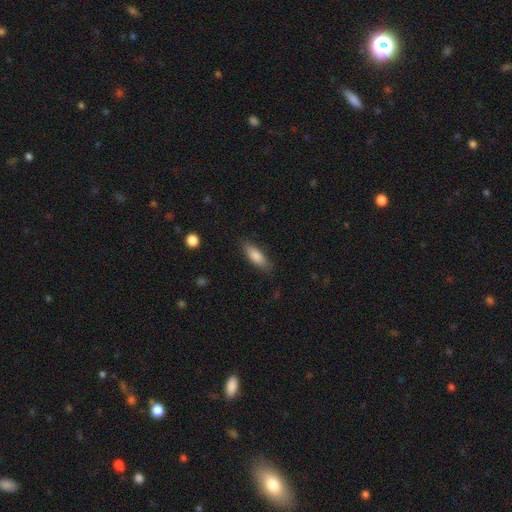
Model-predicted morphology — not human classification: Smooth or featured? smooth (79%)
How rounded? in between (54%)
Merging? none (83%)